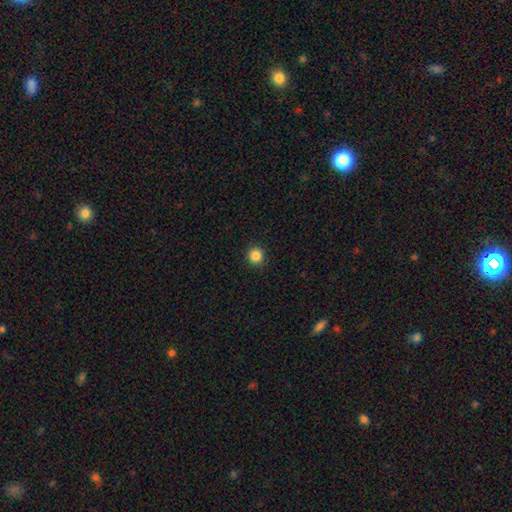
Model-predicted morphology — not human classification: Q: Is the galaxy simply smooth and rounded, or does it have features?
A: smooth — 85%.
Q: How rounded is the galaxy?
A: round — 94%.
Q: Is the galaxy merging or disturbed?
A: none — 93%.